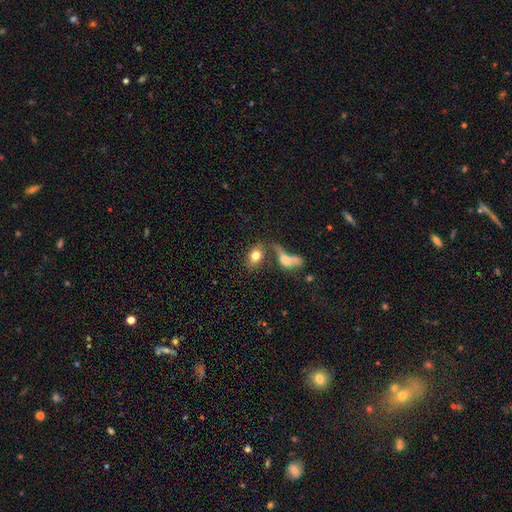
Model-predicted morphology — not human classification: Smooth or featured?
  - smooth: 76% *
  - featured or disk: 15%
  - star or artifact: 9%
How rounded?
  - in between: 70% *
  - round: 27%
  - cigar-shaped: 3%
Merging?
  - none: 44% *
  - merger: 35%
  - minor disturbance: 11%
  - major disturbance: 9%